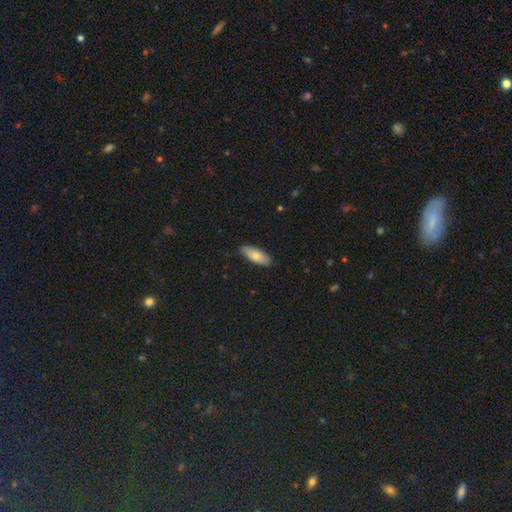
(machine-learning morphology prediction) Smooth or featured? Predicted: smooth (p=0.73). How rounded? Predicted: in between (p=0.75). Merging? Predicted: none (p=0.86).